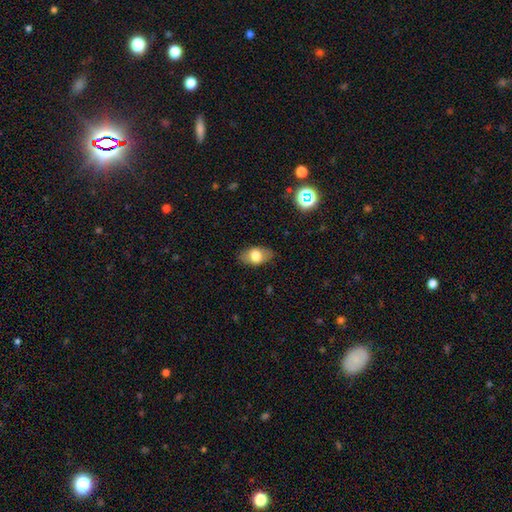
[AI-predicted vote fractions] A smooth galaxy with no disk features (71%) that is in between round and cigar-shaped (89%). Merging: none (84%).